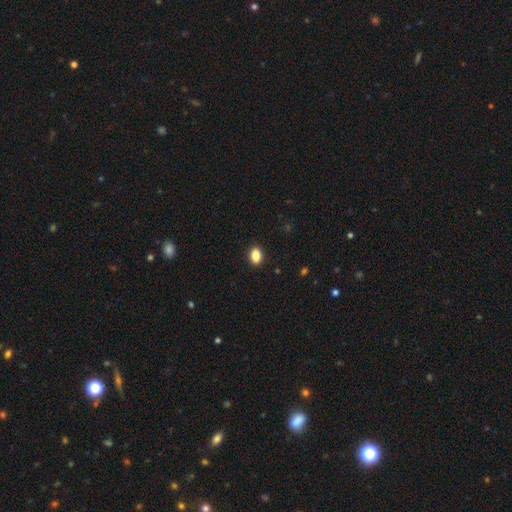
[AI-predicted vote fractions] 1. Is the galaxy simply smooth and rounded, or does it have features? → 87% smooth, 9% star or artifact, 4% featured or disk.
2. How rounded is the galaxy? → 73% in between, 26% round, 1% cigar-shaped.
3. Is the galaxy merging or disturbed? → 91% none, 7% minor disturbance, 2% major disturbance, 1% merger.